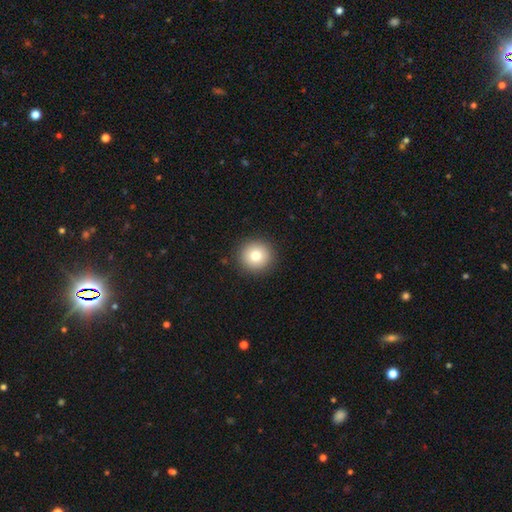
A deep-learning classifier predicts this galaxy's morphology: The model was most divided on "smooth or featured": smooth: 79%, star or artifact: 11%, featured or disk: 11%. More confident: how rounded — round (95%); merging — none (92%).